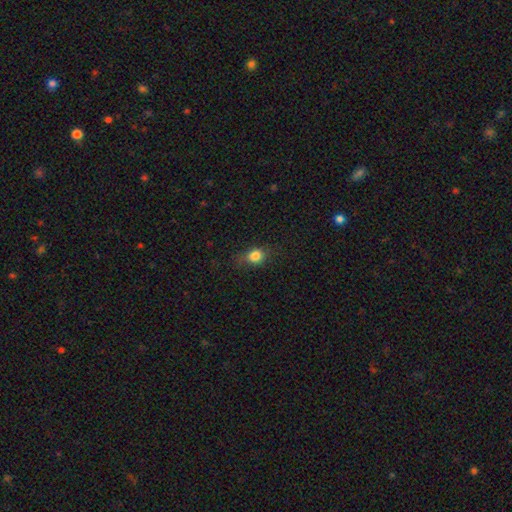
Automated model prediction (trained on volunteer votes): smooth-or-featured: smooth: 82% | star or artifact: 11% | featured or disk: 7%
  how-rounded: round: 56% | in between: 42% | cigar-shaped: 2%
  merging: none: 73% | minor disturbance: 20% | major disturbance: 6% | merger: 1%